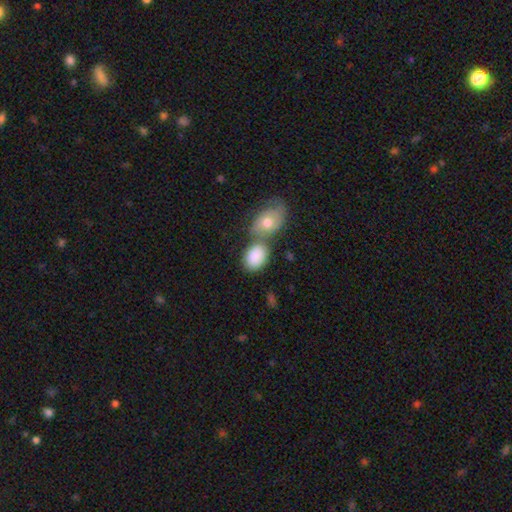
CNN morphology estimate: smooth 84%, featured or disk 10%, star or artifact 6%. Down the decision tree: how rounded — in between (81%); merging — merger (44%).